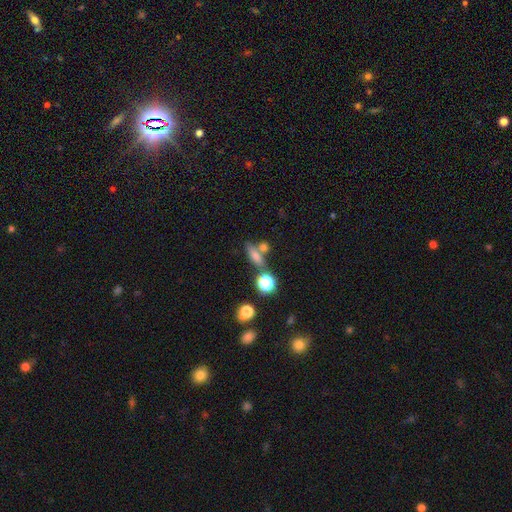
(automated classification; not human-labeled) Q: Smooth or featured?
A: smooth (70%); runner-up: featured or disk (15%)
Q: How rounded?
A: in between (46%); runner-up: cigar-shaped (36%)
Q: Merging?
A: none (56%); runner-up: merger (26%)